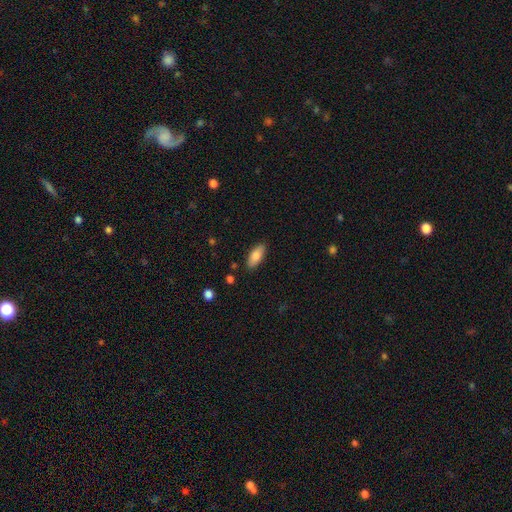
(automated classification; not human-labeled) This appears to be a smooth galaxy with no disk features (83%) that is in between round and cigar-shaped (81%). Merging: none (87%).